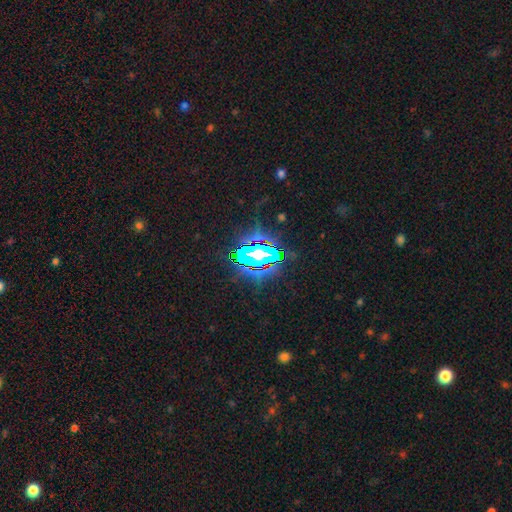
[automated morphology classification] Overall: star or artifact (78%).